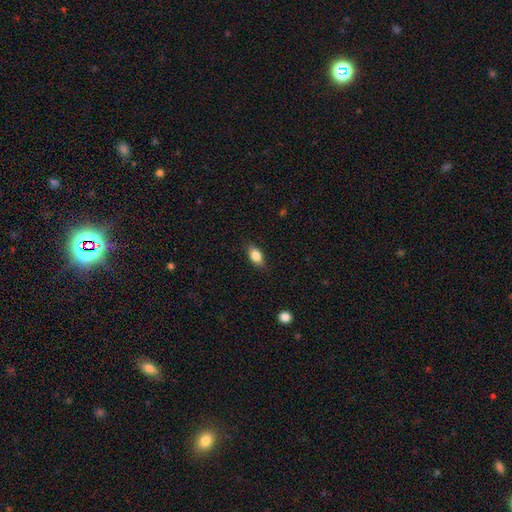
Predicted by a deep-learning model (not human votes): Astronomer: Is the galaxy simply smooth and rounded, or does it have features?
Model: smooth — 82%.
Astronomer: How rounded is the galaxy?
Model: in between — 86%.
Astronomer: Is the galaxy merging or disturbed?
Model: none — 84%.